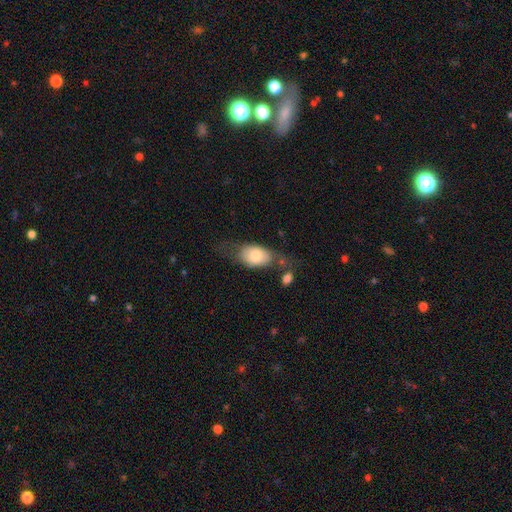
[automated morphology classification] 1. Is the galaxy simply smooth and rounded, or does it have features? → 73% smooth, 20% featured or disk, 7% star or artifact.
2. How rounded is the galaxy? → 84% in between, 13% round, 3% cigar-shaped.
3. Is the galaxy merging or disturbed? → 48% none, 24% minor disturbance, 16% major disturbance, 11% merger.